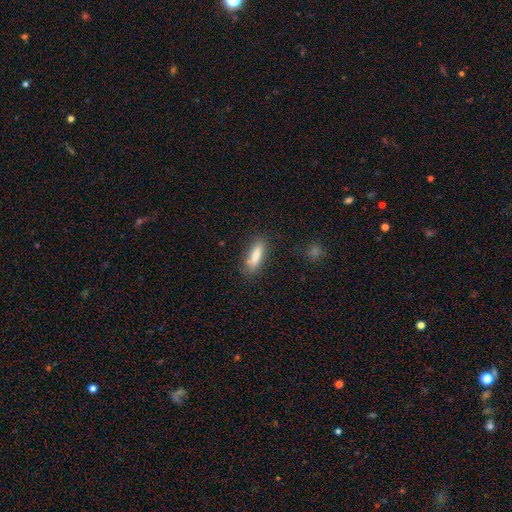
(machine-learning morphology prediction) A smooth galaxy with no disk features (82%) that is in between round and cigar-shaped (50%). Merging: none (80%).